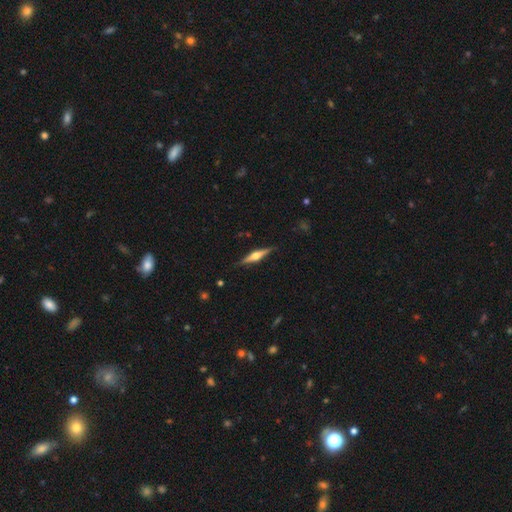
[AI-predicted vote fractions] This appears to be a featured or disk galaxy (74%) viewed edge-on (98%) with a rounded central bulge (93%). Merging: none (89%).